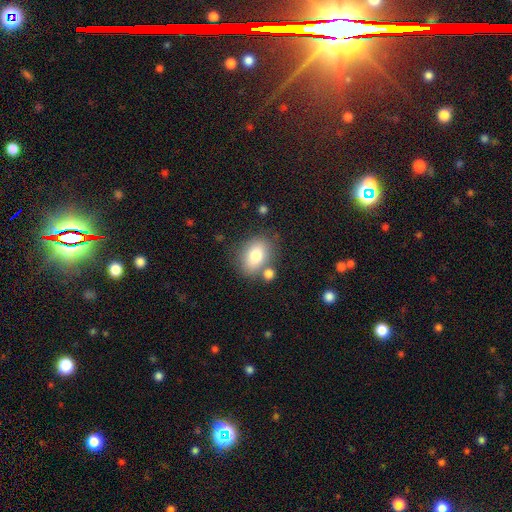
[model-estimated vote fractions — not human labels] Smooth or featured?
  - smooth: 77% *
  - featured or disk: 14%
  - star or artifact: 9%
How rounded?
  - in between: 71% *
  - round: 27%
  - cigar-shaped: 1%
Merging?
  - none: 69% *
  - minor disturbance: 14%
  - merger: 13%
  - major disturbance: 4%